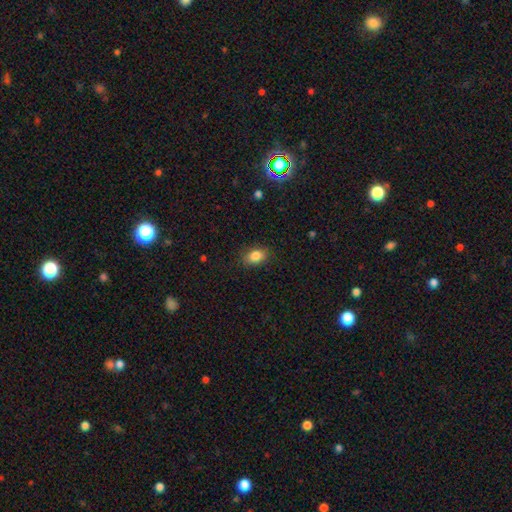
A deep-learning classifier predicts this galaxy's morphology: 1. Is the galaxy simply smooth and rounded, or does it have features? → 85% smooth, 9% star or artifact, 6% featured or disk.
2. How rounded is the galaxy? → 81% in between, 18% round, 1% cigar-shaped.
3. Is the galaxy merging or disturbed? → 85% none, 11% minor disturbance, 3% major disturbance, 1% merger.